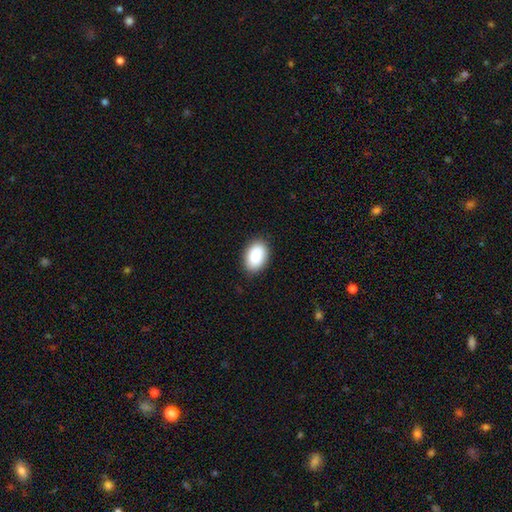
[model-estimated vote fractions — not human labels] Q: Smooth or featured?
A: smooth (89%); runner-up: star or artifact (6%)
Q: How rounded?
A: in between (89%); runner-up: round (10%)
Q: Merging?
A: none (87%); runner-up: minor disturbance (10%)